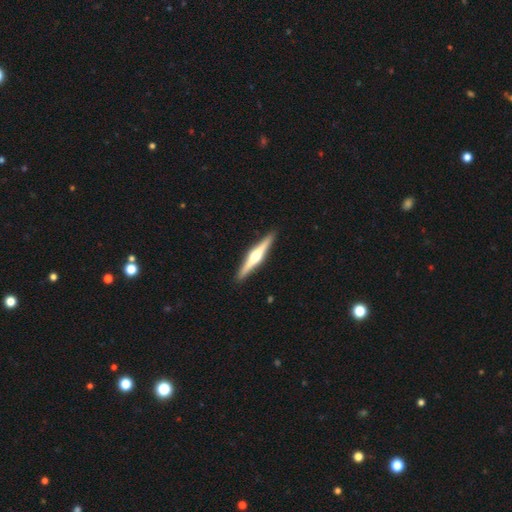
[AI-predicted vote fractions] smooth-or-featured: featured or disk: 76% | smooth: 20% | star or artifact: 4%
  disk-edge-on: yes: 98% | no: 2%
    edge-on-bulge: rounded: 93% | boxy: 4% | none: 3%
  merging: none: 92% | minor disturbance: 5% | major disturbance: 1% | merger: 1%